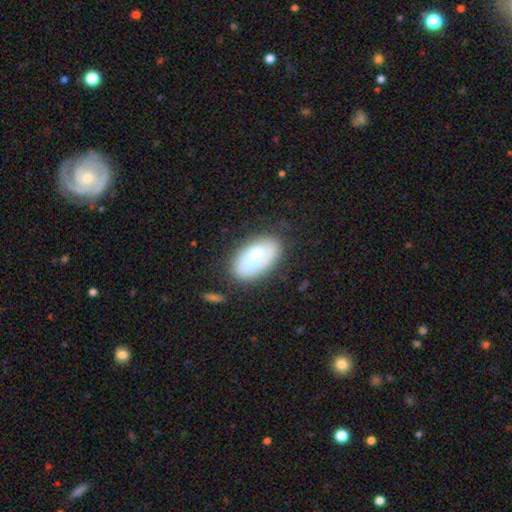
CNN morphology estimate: type=smooth (49%); merging=none (52%).